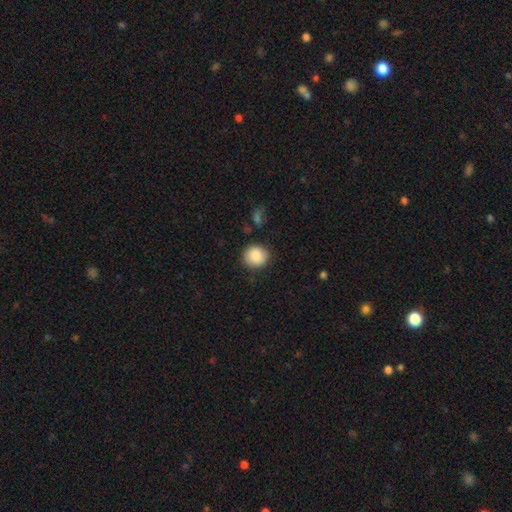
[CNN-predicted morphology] The model was most divided on "merging": none: 87%, minor disturbance: 9%, major disturbance: 3%, merger: 2%. More confident: smooth or featured — smooth (89%); how rounded — round (89%).